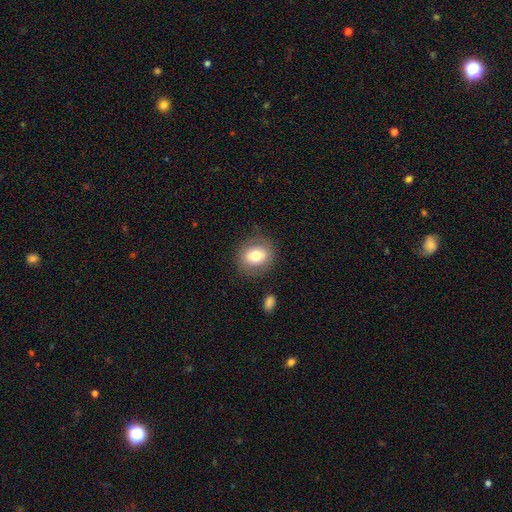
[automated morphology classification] This is likely a smooth galaxy (73%). How rounded: likely round (69%). Merging: clearly none (82%).